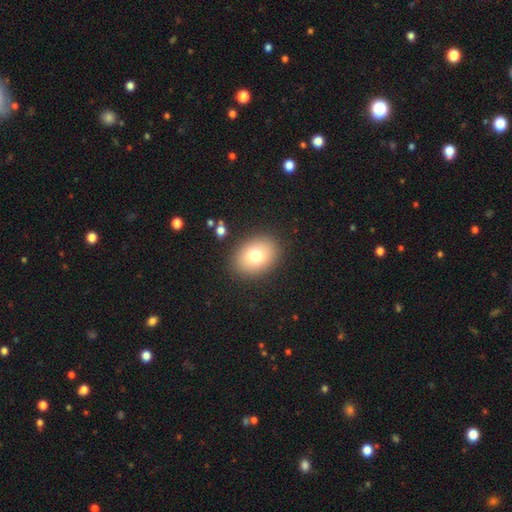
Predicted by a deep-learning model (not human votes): The model was most divided on "how rounded": in between: 65%, round: 34%, cigar-shaped: 1%. More confident: merging — none (88%); smooth or featured — smooth (75%).